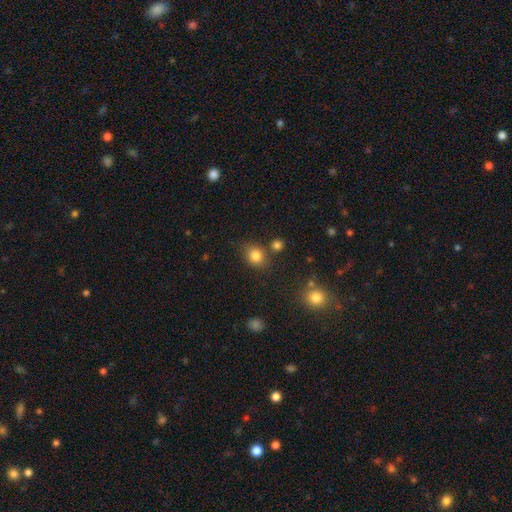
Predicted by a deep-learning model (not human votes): smooth_or_featured: smooth (p=0.82) [alt: star or artifact p=0.12]
how_rounded: round (p=0.65) [alt: in between p=0.34]
merging: none (p=0.73) [alt: minor disturbance p=0.13]